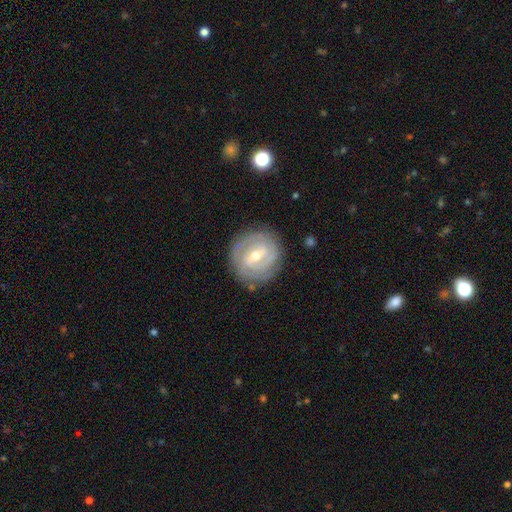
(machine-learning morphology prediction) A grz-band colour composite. It shows a featured or disk galaxy (83%) with a weak bar (52%), 2 (38%) tight (73%) spiral arms (92%) and a moderate central bulge (56%). Merging: none (83%).